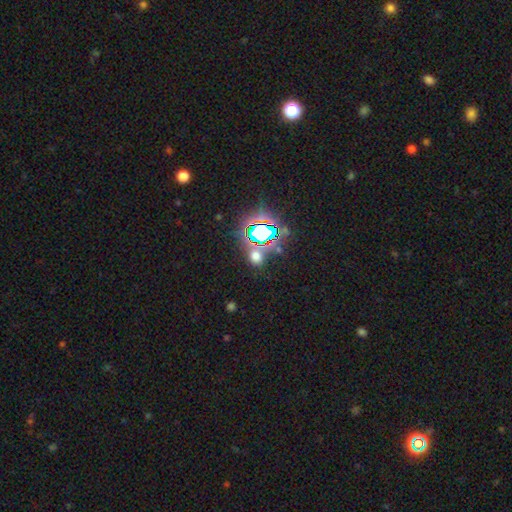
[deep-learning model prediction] Morphology: type=star or artifact (48%).